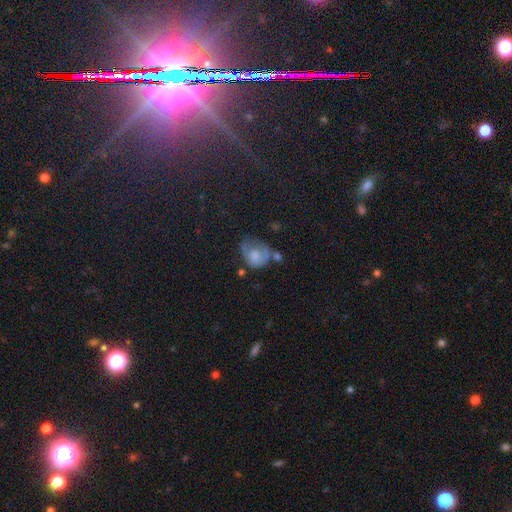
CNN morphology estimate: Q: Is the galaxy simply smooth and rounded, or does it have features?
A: smooth — 60%.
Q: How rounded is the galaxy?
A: round — 54%.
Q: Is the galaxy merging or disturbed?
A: minor disturbance — 30%.